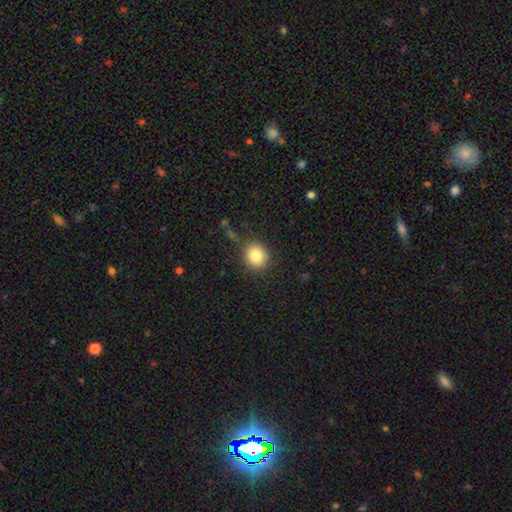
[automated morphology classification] A smooth galaxy with no disk features (83%) that is round (80%).

Vote fractions:
- Smooth or featured? smooth: 83% / star or artifact: 10% / featured or disk: 7%
- How rounded? round: 80% / in between: 19% / cigar-shaped: 1%
- Merging? none: 82% / minor disturbance: 12% / major disturbance: 4% / merger: 2%